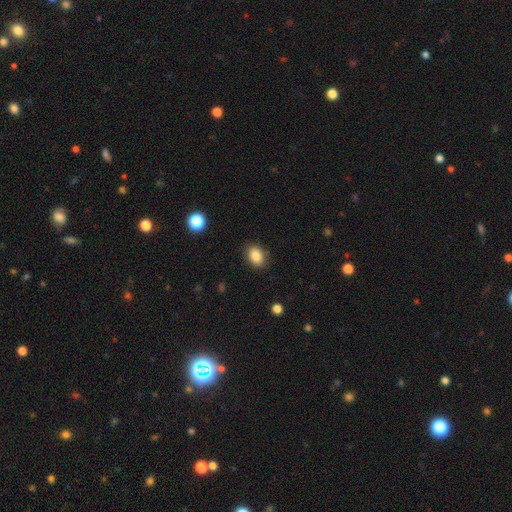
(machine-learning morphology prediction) A smooth galaxy with no disk features (86%) that is in between round and cigar-shaped (77%).

Vote fractions:
- Smooth or featured? smooth: 86% / star or artifact: 9% / featured or disk: 5%
- How rounded? in between: 77% / round: 21% / cigar-shaped: 1%
- Merging? none: 86% / minor disturbance: 10% / major disturbance: 3% / merger: 1%